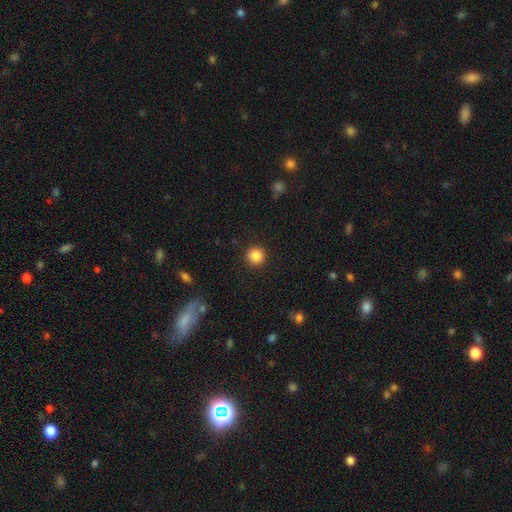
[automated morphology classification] Q: Smooth or featured?
A: smooth (86%); runner-up: star or artifact (10%)
Q: How rounded?
A: round (94%); runner-up: in between (5%)
Q: Merging?
A: none (91%); runner-up: minor disturbance (6%)